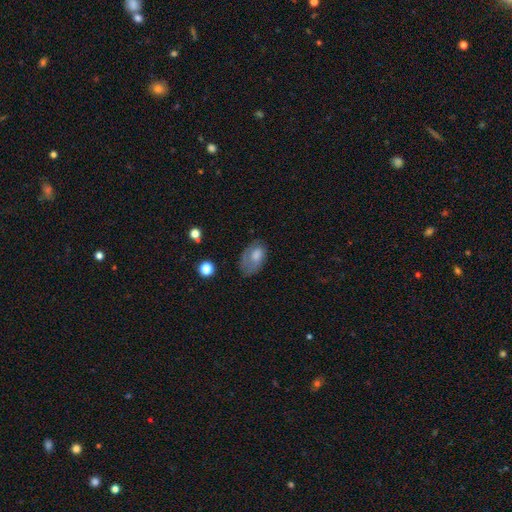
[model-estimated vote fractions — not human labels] Q: Smooth or featured?
A: smooth (65%); runner-up: featured or disk (26%)
Q: How rounded?
A: in between (88%); runner-up: round (10%)
Q: Merging?
A: none (50%); runner-up: minor disturbance (30%)